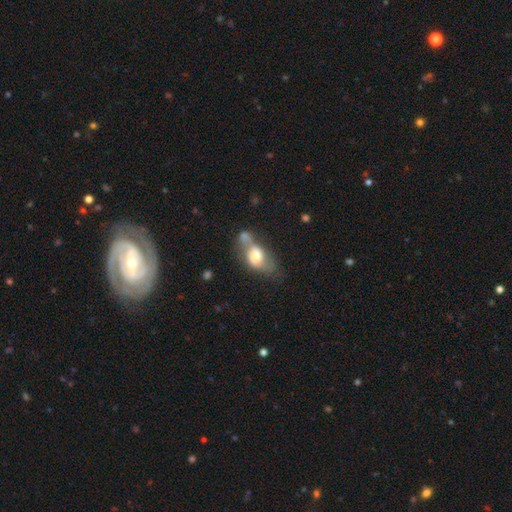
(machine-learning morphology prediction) smooth 53%, featured or disk 39%, star or artifact 8%. Down the decision tree: how rounded — in between (78%); merging — merger (33%).